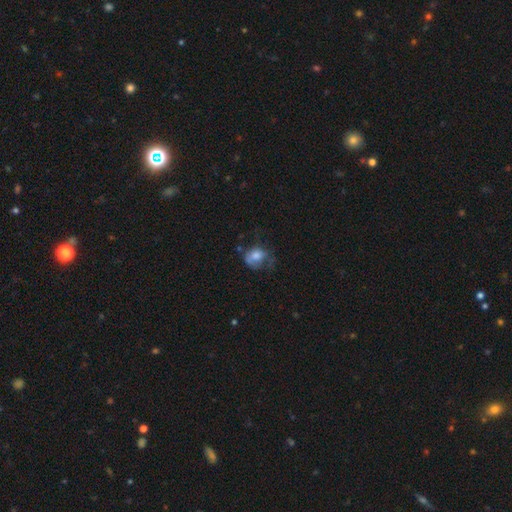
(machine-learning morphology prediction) The model was most divided on "how rounded": in between: 51%, round: 48%, cigar-shaped: 1%. Remaining: smooth or featured — smooth (64%); merging — major disturbance (36%).